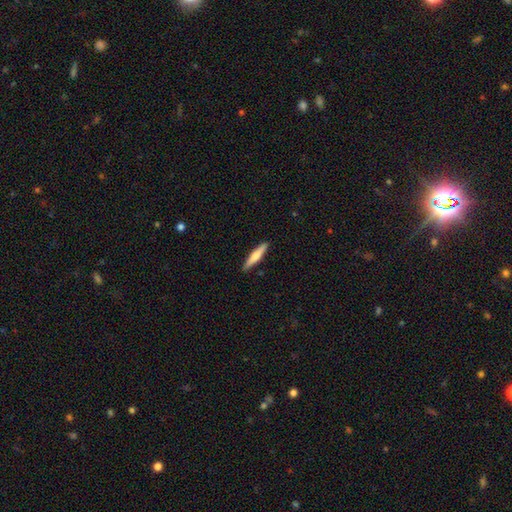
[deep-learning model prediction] Q: Smooth or featured?
A: smooth (57%); runner-up: featured or disk (38%)
Q: How rounded?
A: cigar-shaped (90%); runner-up: in between (9%)
Q: Merging?
A: none (91%); runner-up: minor disturbance (7%)